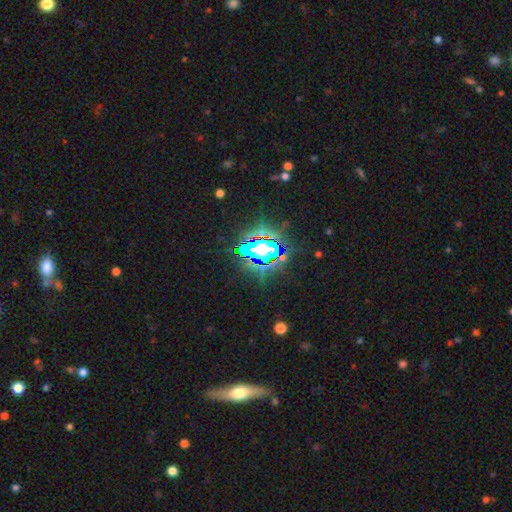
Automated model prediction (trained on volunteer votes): A star or artifact, not a galaxy (77%).

Vote fractions:
- Smooth or featured? star or artifact: 77% / smooth: 12% / featured or disk: 10%